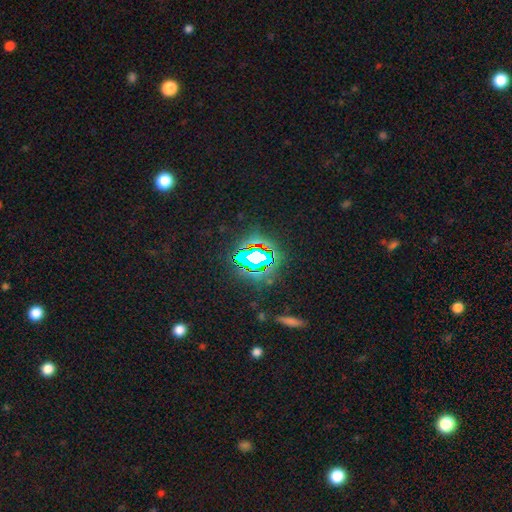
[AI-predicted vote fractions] Smooth or featured? star or artifact (74%)